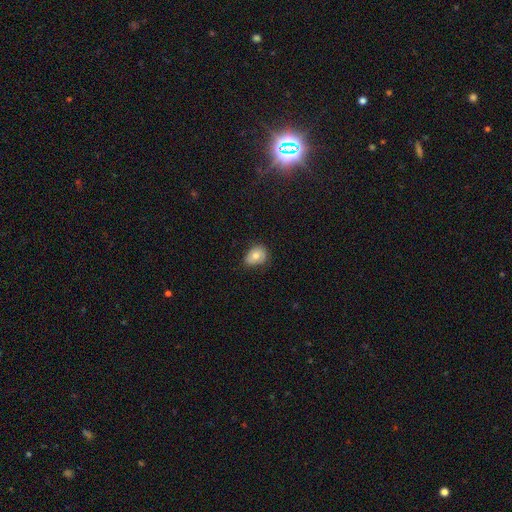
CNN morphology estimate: Q: Smooth or featured?
A: smooth (71%); runner-up: featured or disk (20%)
Q: How rounded?
A: in between (64%); runner-up: round (35%)
Q: Merging?
A: none (63%); runner-up: minor disturbance (29%)